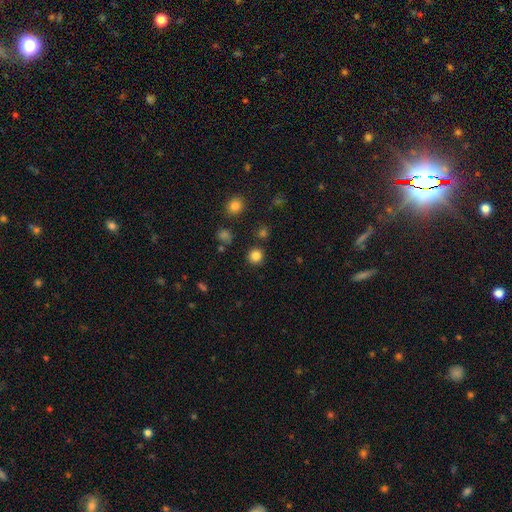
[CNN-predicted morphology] This appears to be a smooth galaxy with no disk features (83%) that is round (93%). Merging: none (88%).